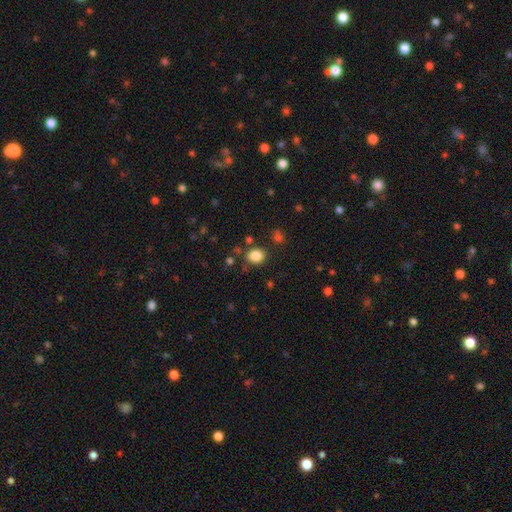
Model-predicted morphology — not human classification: This appears to be a smooth galaxy with no disk features (84%) that is round (67%). Merging: none (82%).